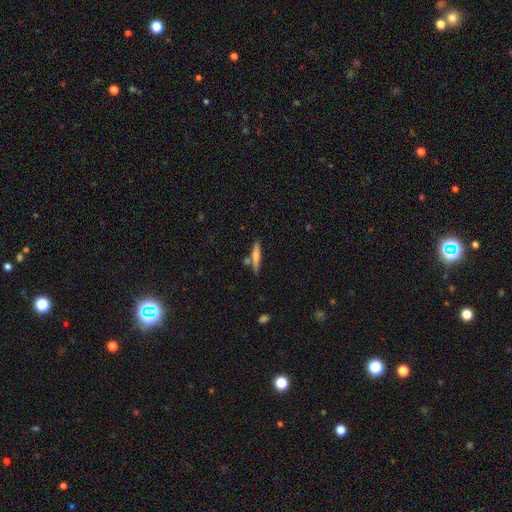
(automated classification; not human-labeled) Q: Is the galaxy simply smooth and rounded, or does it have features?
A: smooth — 59%.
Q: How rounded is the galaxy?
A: cigar-shaped — 87%.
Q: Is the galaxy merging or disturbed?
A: none — 72%.